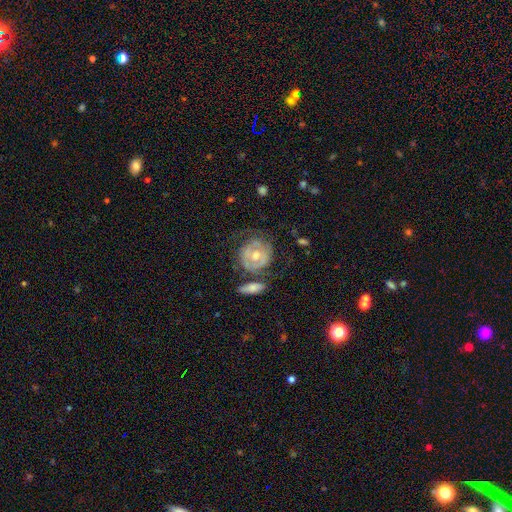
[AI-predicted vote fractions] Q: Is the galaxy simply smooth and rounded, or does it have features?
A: featured or disk — 67%.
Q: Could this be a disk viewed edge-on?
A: no — 96%.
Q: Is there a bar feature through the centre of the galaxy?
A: no — 77%.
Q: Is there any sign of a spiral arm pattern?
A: yes — 66%.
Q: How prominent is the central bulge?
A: moderate — 65%.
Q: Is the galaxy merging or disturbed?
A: none — 50%.